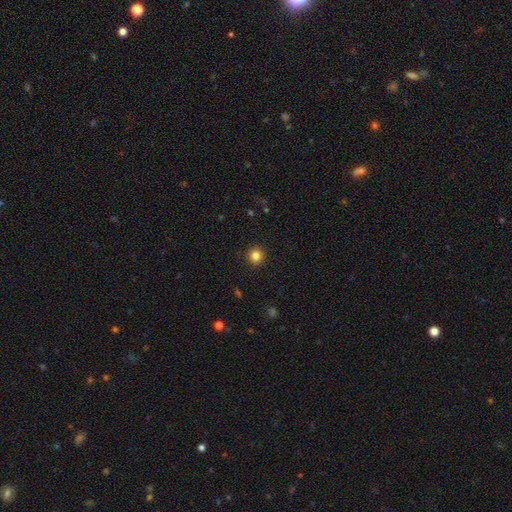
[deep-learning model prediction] Overall: smooth (84%). How rounded: round (95%). Merging: none (93%).